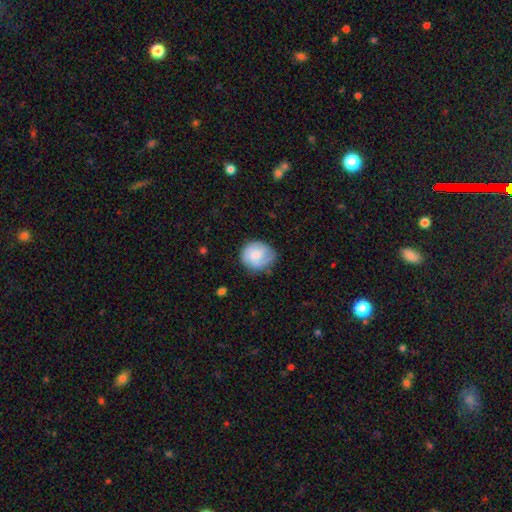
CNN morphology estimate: Smooth or featured? Predicted: smooth (p=0.70). How rounded? Predicted: round (p=0.80). Merging? Predicted: none (p=0.68).